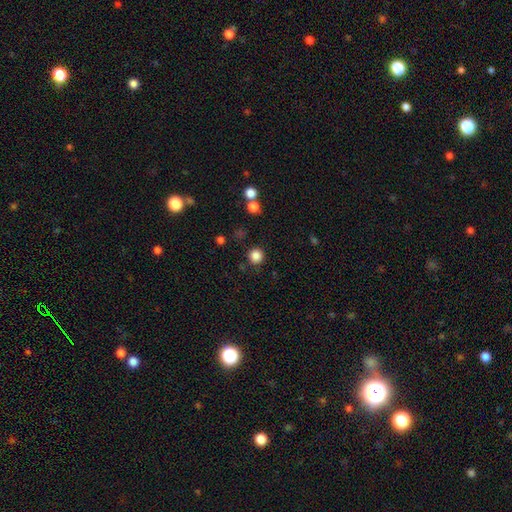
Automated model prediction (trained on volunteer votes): smooth 84%, star or artifact 12%, featured or disk 4%. Down the decision tree: how rounded — round (94%); merging — none (87%).